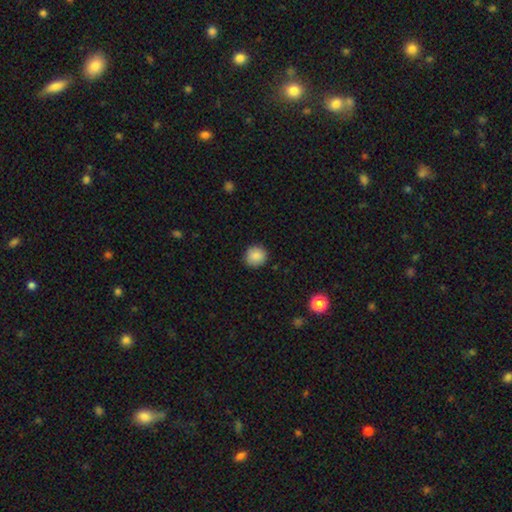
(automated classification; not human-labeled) smooth 87%, star or artifact 9%, featured or disk 4%. Down the decision tree: how rounded — round (91%); merging — none (90%).